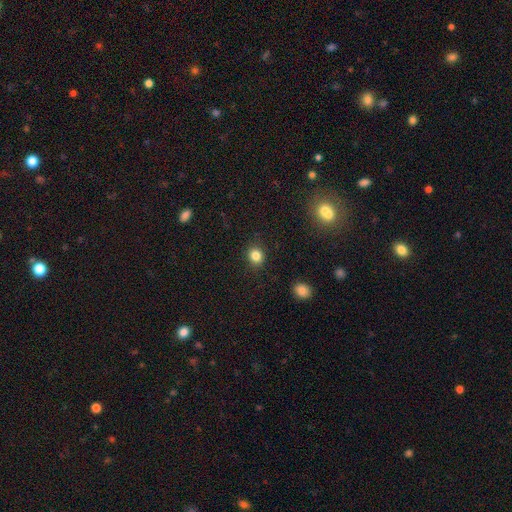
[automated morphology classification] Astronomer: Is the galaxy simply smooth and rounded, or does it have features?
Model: smooth — 84%.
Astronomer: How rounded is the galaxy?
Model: round — 75%.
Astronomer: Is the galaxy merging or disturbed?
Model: none — 89%.